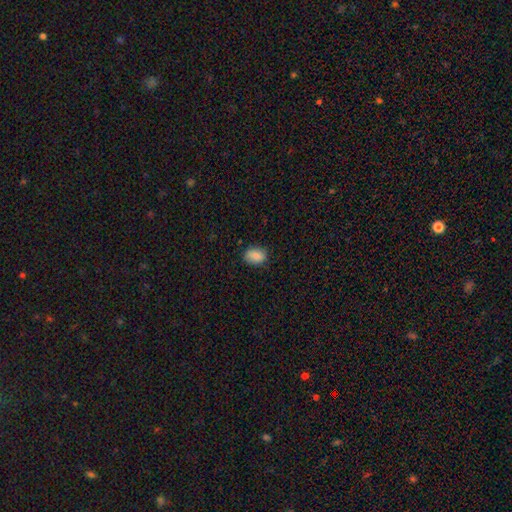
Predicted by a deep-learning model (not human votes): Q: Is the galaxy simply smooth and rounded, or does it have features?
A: smooth — 86%.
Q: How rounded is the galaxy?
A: in between — 77%.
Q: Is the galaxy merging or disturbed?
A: none — 82%.